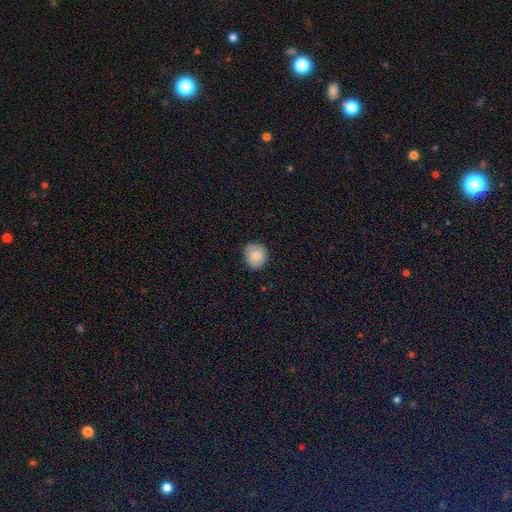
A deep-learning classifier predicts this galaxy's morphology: The model was most divided on "how rounded": round: 79%, in between: 20%, cigar-shaped: 1%. More confident: merging — none (82%); smooth or featured — smooth (82%).